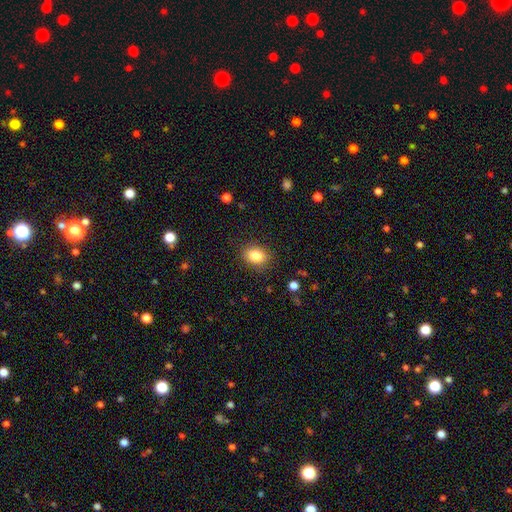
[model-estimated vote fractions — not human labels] This is clearly a smooth galaxy (85%). How rounded: likely in between (64%). Merging: clearly none (86%).